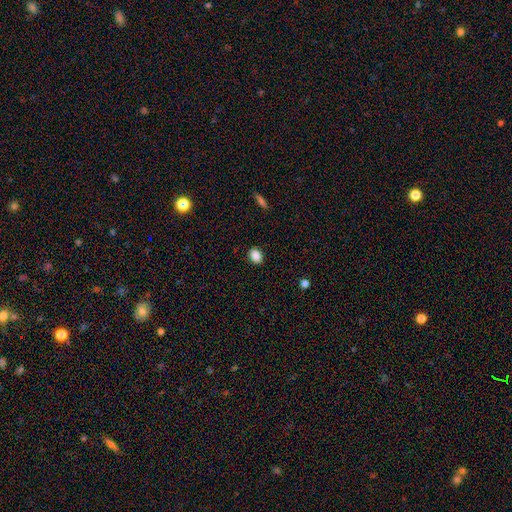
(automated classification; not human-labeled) Q: Smooth or featured?
A: smooth (88%); runner-up: star or artifact (9%)
Q: How rounded?
A: in between (60%); runner-up: round (38%)
Q: Merging?
A: none (89%); runner-up: minor disturbance (8%)